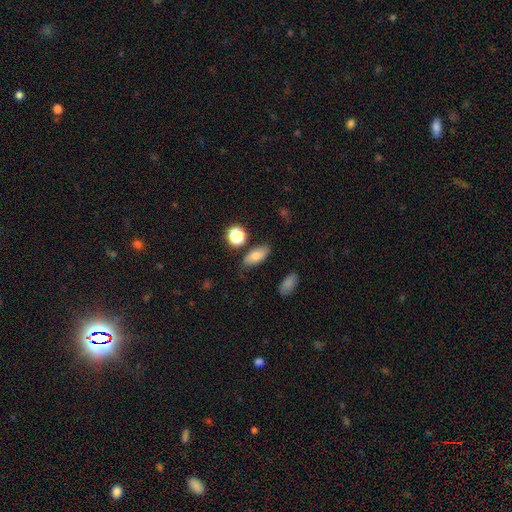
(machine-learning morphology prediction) smooth_or_featured: smooth (p=0.77) [alt: featured or disk p=0.13]
how_rounded: in between (p=0.83) [alt: cigar-shaped p=0.10]
merging: none (p=0.77) [alt: minor disturbance p=0.15]